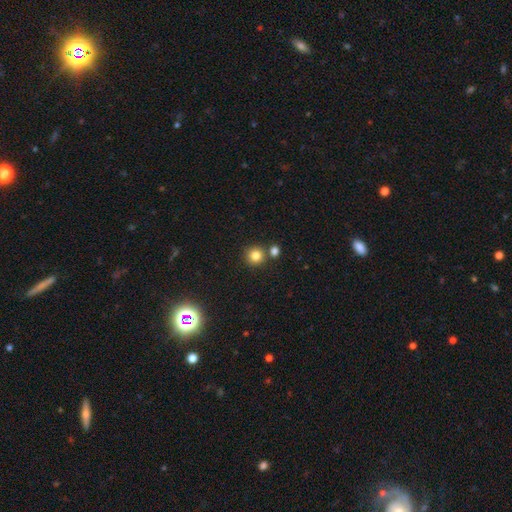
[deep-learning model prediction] Morphology: type=smooth (82%); roundness=round (93%); merging=none (75%).